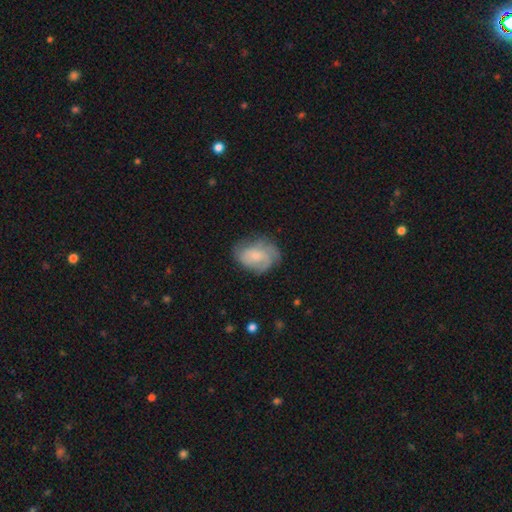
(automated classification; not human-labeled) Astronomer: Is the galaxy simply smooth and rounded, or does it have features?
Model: featured or disk — 59% (runner-up: smooth, 34%).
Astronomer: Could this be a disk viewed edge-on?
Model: no — 97%.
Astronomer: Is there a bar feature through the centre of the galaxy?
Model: no — 73%.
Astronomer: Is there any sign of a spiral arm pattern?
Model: yes — 86%.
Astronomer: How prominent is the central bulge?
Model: small — 64%.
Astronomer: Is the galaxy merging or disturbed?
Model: none — 61%.